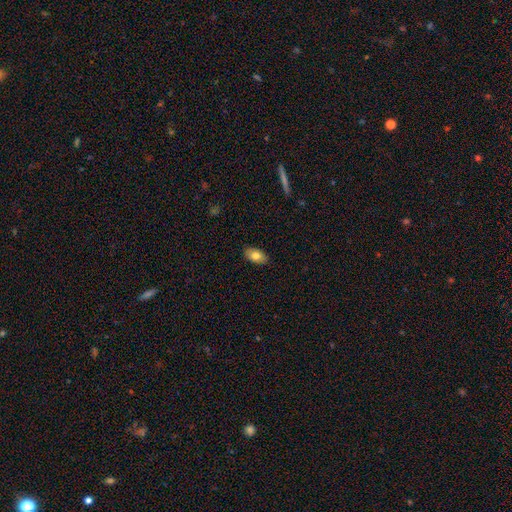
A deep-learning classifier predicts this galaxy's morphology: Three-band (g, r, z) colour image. It shows a smooth galaxy with no disk features (78%) that is in between round and cigar-shaped (93%). Merging: none (88%).